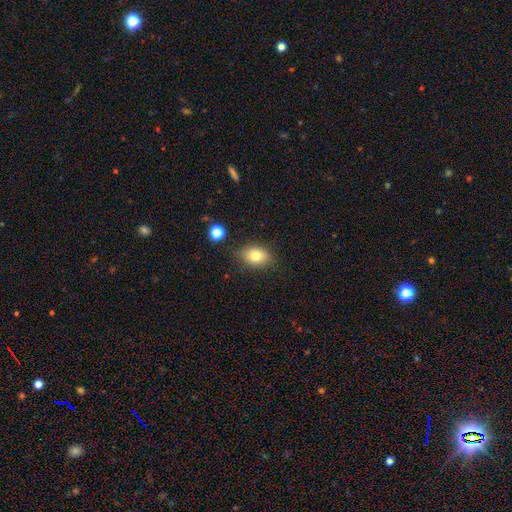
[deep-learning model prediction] The model was most divided on "how rounded": in between: 75%, round: 24%, cigar-shaped: 1%. More confident: merging — none (81%); smooth or featured — smooth (78%).